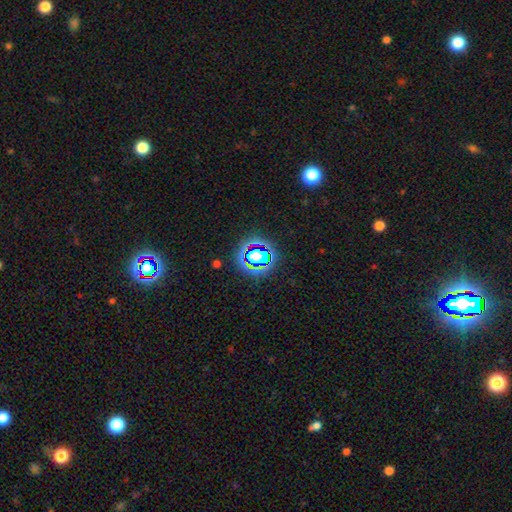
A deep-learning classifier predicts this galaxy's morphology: A star or artifact, not a galaxy (53%).

Vote fractions:
- Smooth or featured? star or artifact: 53% / smooth: 33% / featured or disk: 13%